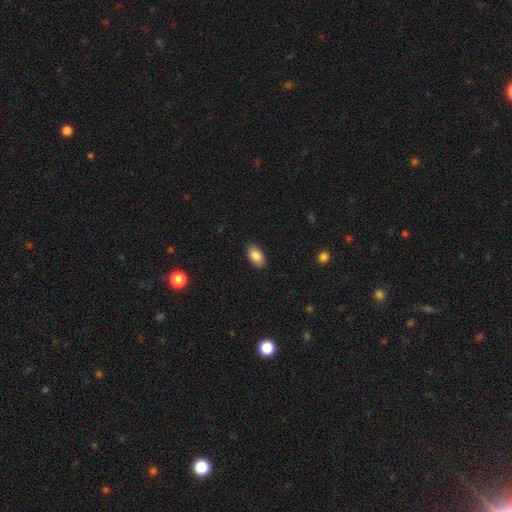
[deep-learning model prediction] Q: Smooth or featured?
A: smooth (86%); runner-up: featured or disk (7%)
Q: How rounded?
A: in between (94%); runner-up: round (4%)
Q: Merging?
A: none (88%); runner-up: minor disturbance (9%)